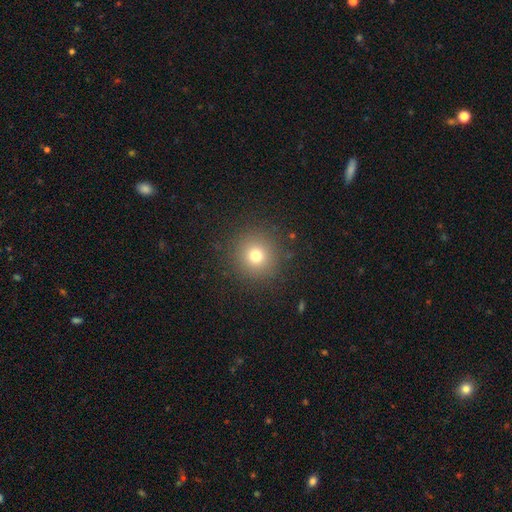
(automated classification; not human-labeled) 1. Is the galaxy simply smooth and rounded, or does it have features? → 74% smooth, 17% star or artifact, 9% featured or disk.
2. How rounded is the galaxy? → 94% round, 5% in between, 1% cigar-shaped.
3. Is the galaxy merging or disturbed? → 89% none, 7% minor disturbance, 3% major disturbance, 1% merger.